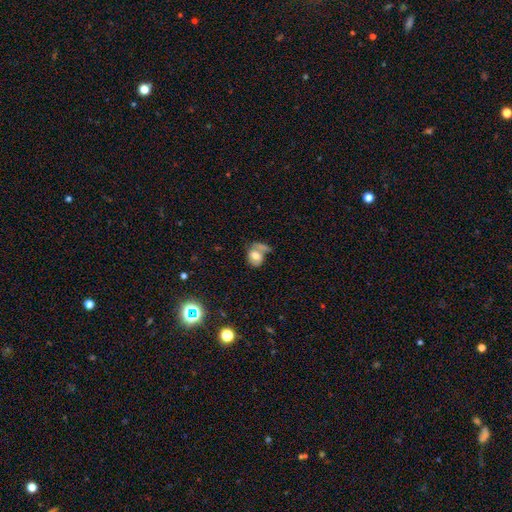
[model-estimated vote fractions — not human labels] This is likely a smooth galaxy (68%). How rounded: possibly in between (57%). Merging: marginally none (34%, tied with merger).